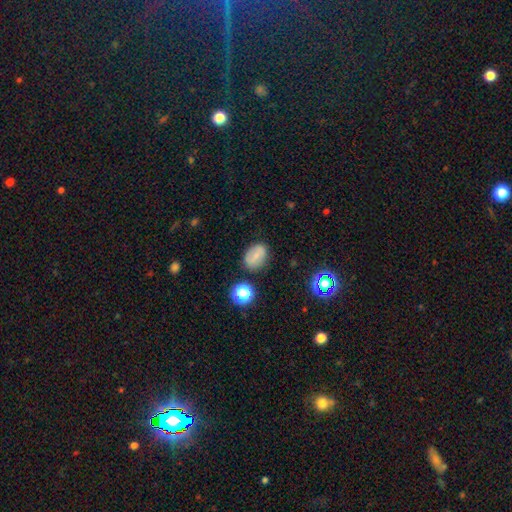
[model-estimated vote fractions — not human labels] Smooth or featured? Predicted: smooth (p=0.67). How rounded? Predicted: in between (p=0.67). Merging? Predicted: none (p=0.81).